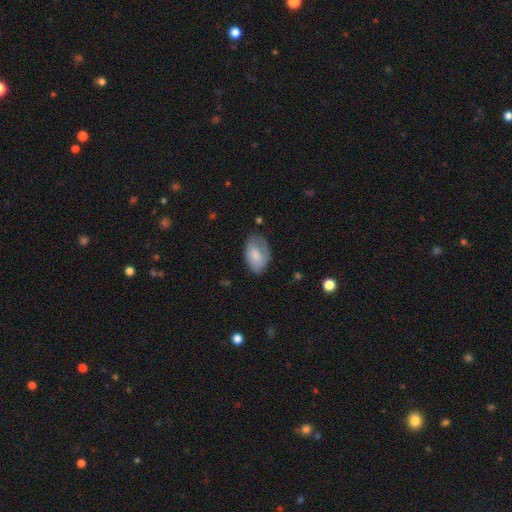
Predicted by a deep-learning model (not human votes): The model was most divided on "merging": none: 60%, minor disturbance: 29%, major disturbance: 9%, merger: 2%. More confident: how rounded — in between (91%); smooth or featured — smooth (76%).